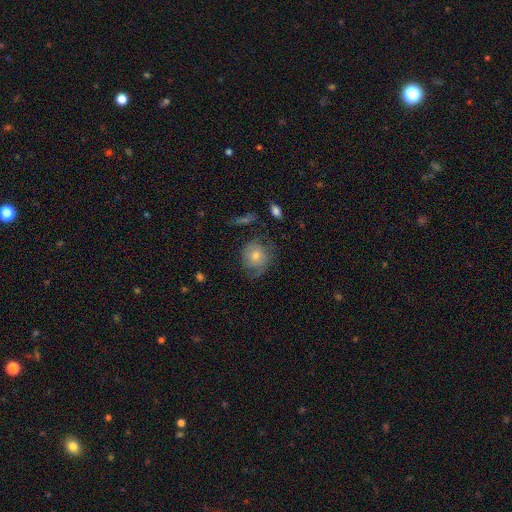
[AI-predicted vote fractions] Smooth or featured: smooth — 55% (featured or disk — 36%)
How rounded: round — 74% (in between — 25%)
Merging: none — 53% (minor disturbance — 27%)